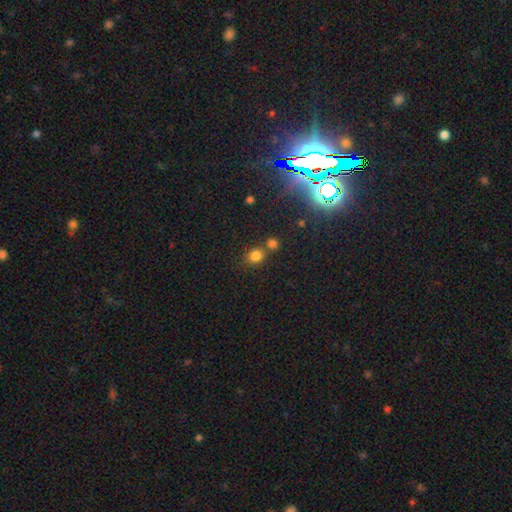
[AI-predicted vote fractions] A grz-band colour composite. It shows a smooth galaxy with no disk features (78%) that is round (71%). Merging: none (61%).